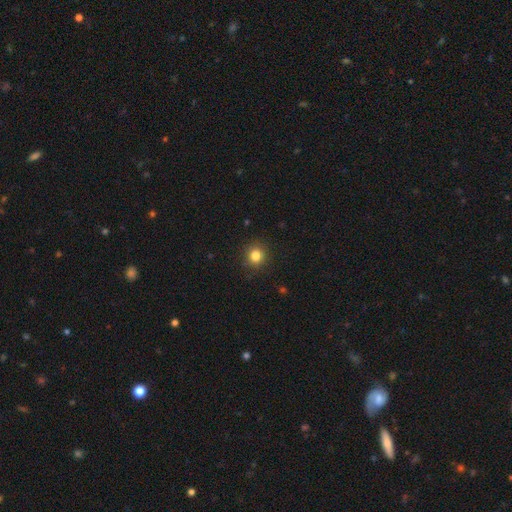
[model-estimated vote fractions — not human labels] This is clearly a smooth galaxy (83%). How rounded: clearly round (89%). Merging: clearly none (89%).